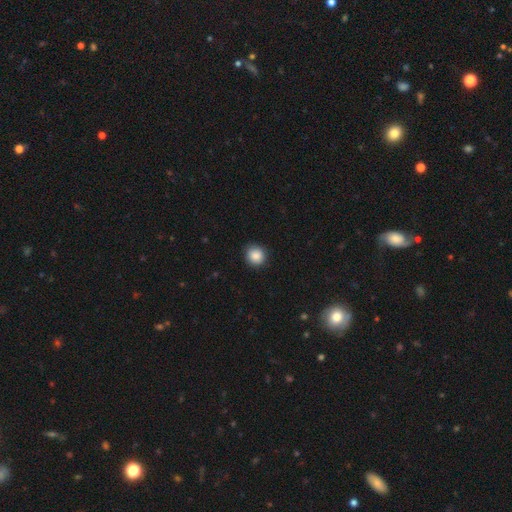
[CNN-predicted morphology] A smooth galaxy with no disk features (88%) that is round (89%).

Vote fractions:
- Smooth or featured? smooth: 88% / star or artifact: 9% / featured or disk: 4%
- How rounded? round: 89% / in between: 10% / cigar-shaped: 1%
- Merging? none: 87% / minor disturbance: 10% / major disturbance: 2% / merger: 1%